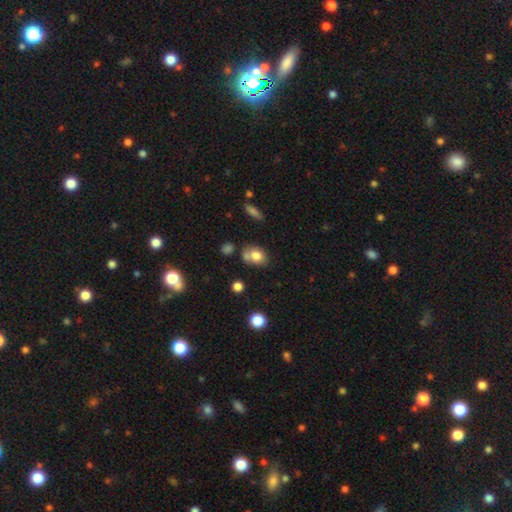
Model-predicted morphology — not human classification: A smooth galaxy with no disk features (78%) that is in between round and cigar-shaped (60%).

Vote fractions:
- Smooth or featured? smooth: 78% / featured or disk: 12% / star or artifact: 10%
- How rounded? in between: 60% / round: 38% / cigar-shaped: 1%
- Merging? none: 49% / merger: 25% / minor disturbance: 19% / major disturbance: 7%